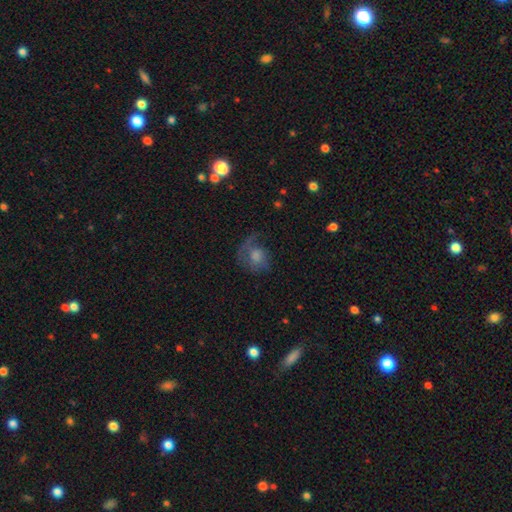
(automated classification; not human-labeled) Smooth or featured? smooth (48%)
Merging? none (41%)